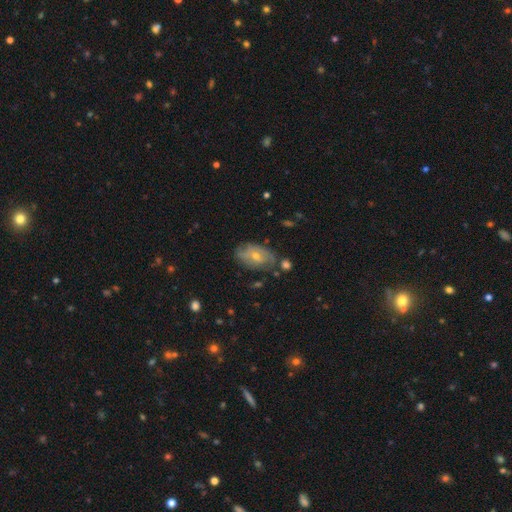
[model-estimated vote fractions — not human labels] A featured or disk galaxy (59%) with no bar (71%), spiral arms (72%) and a small central bulge (49%).

Vote fractions:
- Smooth or featured? featured or disk: 59% / smooth: 29% / star or artifact: 12%
- Edge-on disk? no: 92% / yes: 8%
- Bar? no: 71% / weak: 24% / strong: 5%
- Spiral arms? yes: 72% / no: 28%
- Bulge size? small: 49% / moderate: 47% / large: 2% / none: 1% / dominant: 1%
- Merging? none: 66% / minor disturbance: 21% / major disturbance: 7% / merger: 5%